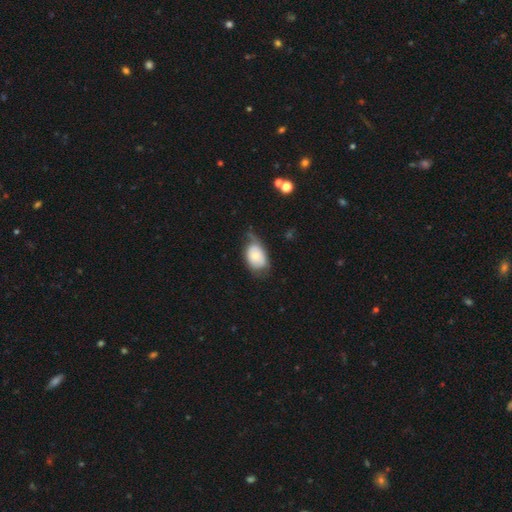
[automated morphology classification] smooth 66%, featured or disk 27%, star or artifact 7%. Down the decision tree: how rounded — in between (82%); merging — minor disturbance (42%).